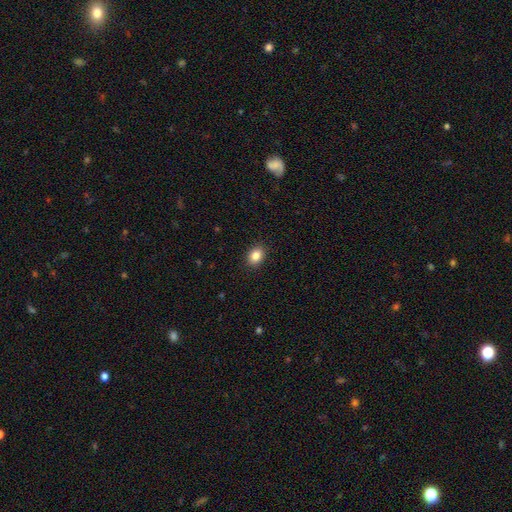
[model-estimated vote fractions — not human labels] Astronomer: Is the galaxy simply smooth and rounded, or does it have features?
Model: smooth — 85%.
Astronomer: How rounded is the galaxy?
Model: in between — 62%.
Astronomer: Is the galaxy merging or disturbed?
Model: none — 90%.